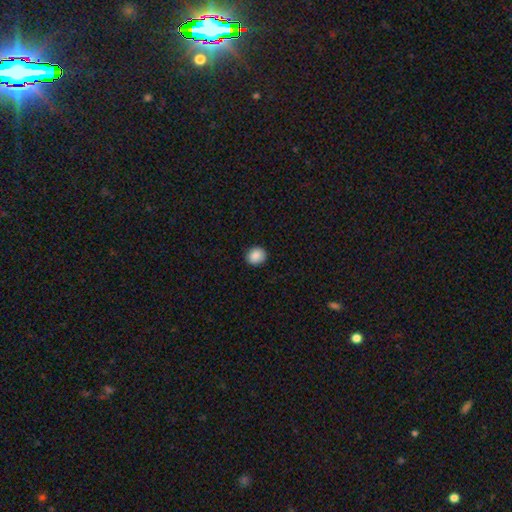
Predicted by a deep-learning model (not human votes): smooth_or_featured: smooth (p=0.88) [alt: star or artifact p=0.09]
how_rounded: round (p=0.77) [alt: in between p=0.22]
merging: none (p=0.89) [alt: minor disturbance p=0.08]